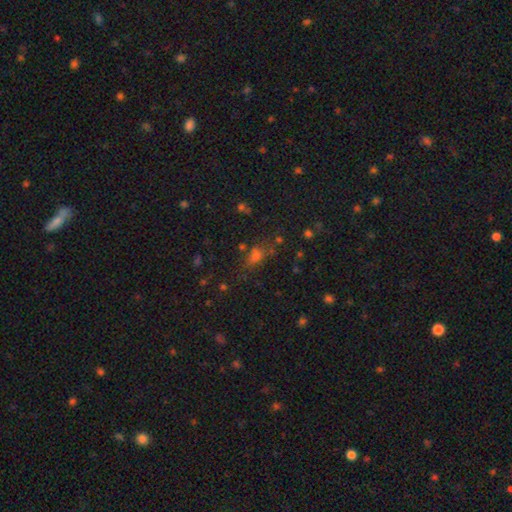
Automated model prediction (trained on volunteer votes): Smooth or featured? Predicted: smooth (p=0.57). How rounded? Predicted: in between (p=0.65). Merging? Predicted: none (p=0.63).